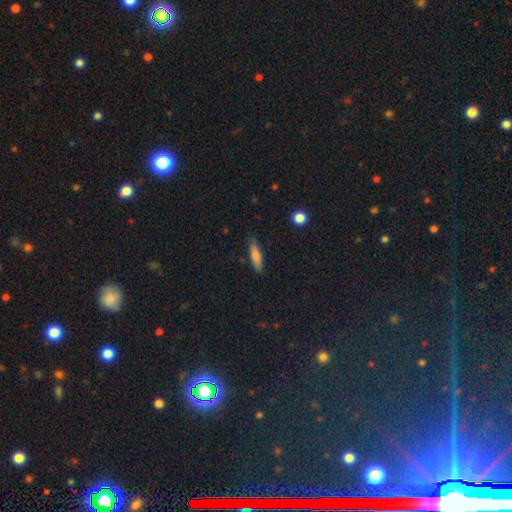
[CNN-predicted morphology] smooth-or-featured: smooth: 75% | featured or disk: 17% | star or artifact: 7%
  how-rounded: cigar-shaped: 67% | in between: 31% | round: 2%
  merging: none: 85% | minor disturbance: 12% | major disturbance: 2% | merger: 1%